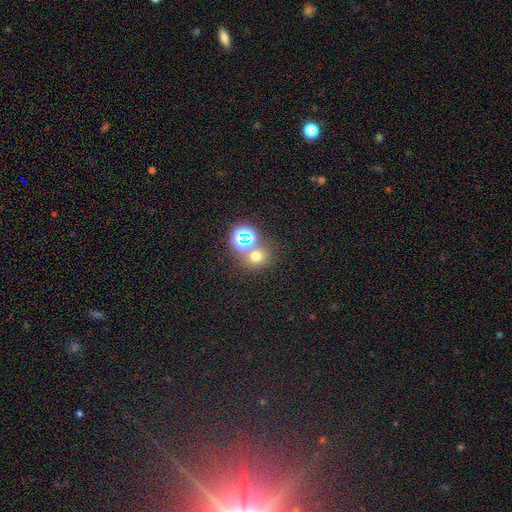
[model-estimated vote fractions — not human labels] smooth_or_featured: smooth (p=0.62) [alt: star or artifact p=0.30]
how_rounded: round (p=0.77) [alt: in between p=0.22]
merging: none (p=0.64) [alt: merger p=0.24]